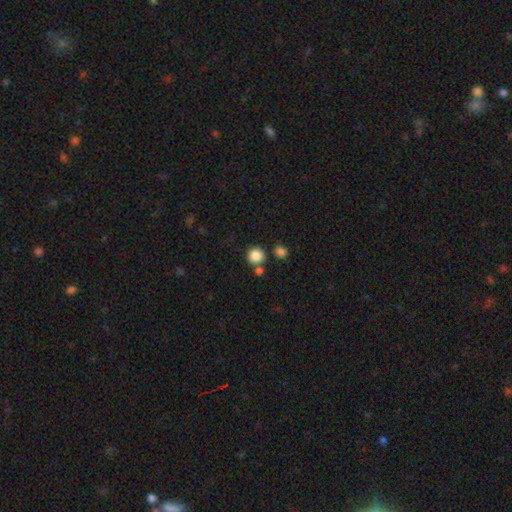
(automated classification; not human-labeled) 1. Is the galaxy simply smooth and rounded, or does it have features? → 86% smooth, 10% star or artifact, 4% featured or disk.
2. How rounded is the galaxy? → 92% round, 7% in between, 1% cigar-shaped.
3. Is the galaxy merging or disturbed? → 74% none, 14% merger, 9% minor disturbance, 3% major disturbance.